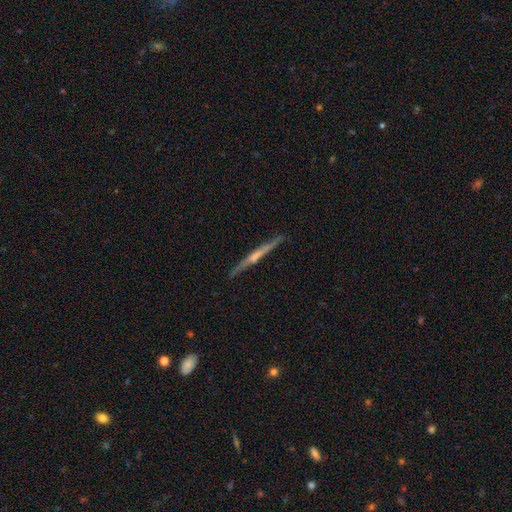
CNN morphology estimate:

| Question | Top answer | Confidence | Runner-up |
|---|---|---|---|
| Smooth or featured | featured or disk | 70% | smooth (24%) |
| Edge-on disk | yes | 98% | no (2%) |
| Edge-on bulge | rounded | 48% | none (40%) |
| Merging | none | 89% | minor disturbance (8%) |